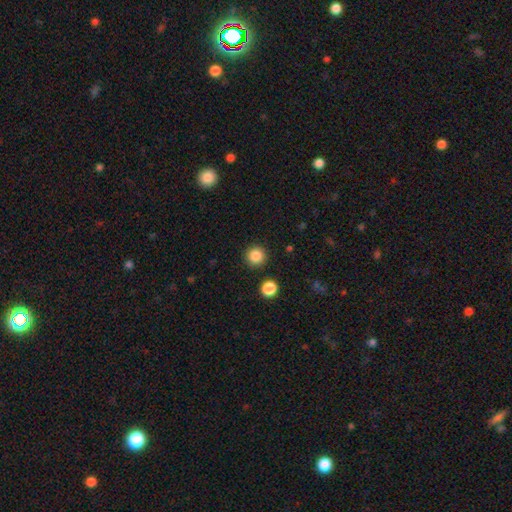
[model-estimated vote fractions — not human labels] Smooth or featured? Predicted: smooth (p=0.86). How rounded? Predicted: round (p=0.95). Merging? Predicted: none (p=0.91).